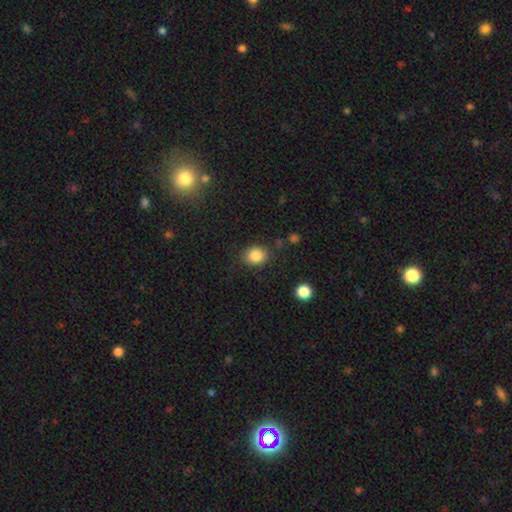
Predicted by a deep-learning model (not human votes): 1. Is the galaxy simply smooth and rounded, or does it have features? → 85% smooth, 10% star or artifact, 5% featured or disk.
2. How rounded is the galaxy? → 66% round, 33% in between, 1% cigar-shaped.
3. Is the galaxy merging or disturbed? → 83% none, 11% minor disturbance, 4% major disturbance, 2% merger.